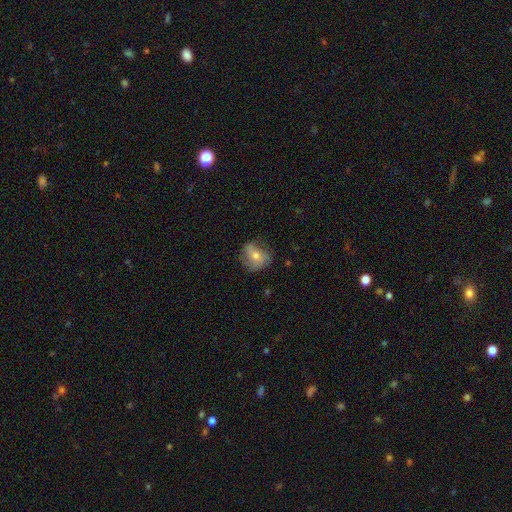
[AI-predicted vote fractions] Overall: featured or disk (54%; smooth 35%). Edge-on disk: no (96%). Bar: no (62%; weak 28%). Spiral arms: yes (77%). Bulge size: moderate (60%; small 35%). Merging: none (66%).